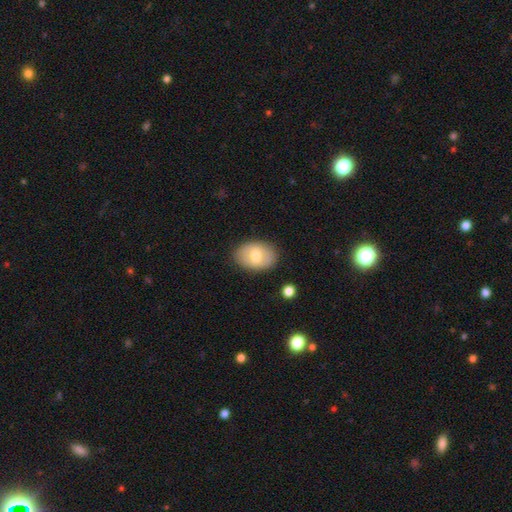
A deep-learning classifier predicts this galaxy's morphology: smooth_or_featured: smooth (p=0.68) [alt: featured or disk p=0.26]
how_rounded: in between (p=0.82) [alt: round p=0.17]
merging: none (p=0.85) [alt: minor disturbance p=0.11]